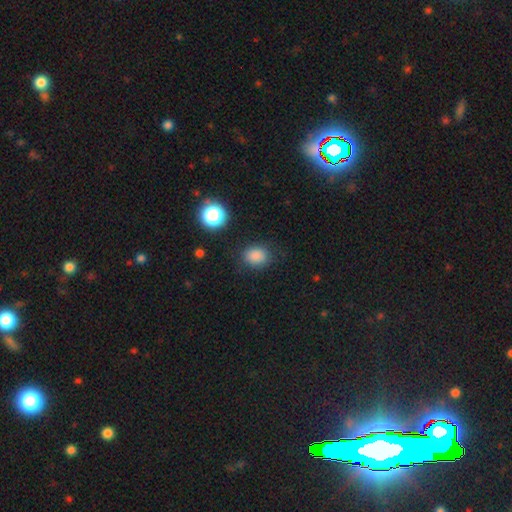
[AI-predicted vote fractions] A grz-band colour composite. It shows a smooth galaxy with no disk features (84%) that is round (60%). Merging: none (82%).